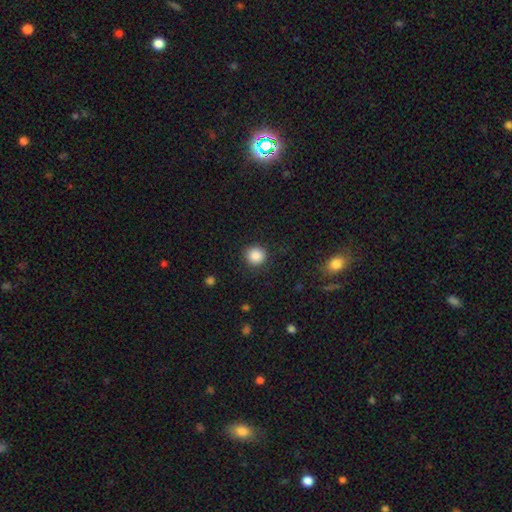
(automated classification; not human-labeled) smooth_or_featured: smooth (p=0.87) [alt: star or artifact p=0.10]
how_rounded: round (p=0.92) [alt: in between p=0.07]
merging: none (p=0.89) [alt: minor disturbance p=0.07]